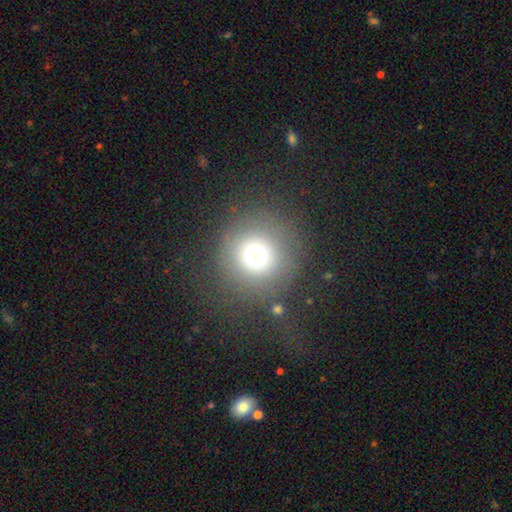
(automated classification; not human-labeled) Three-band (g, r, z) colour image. It shows a smooth galaxy with no disk features (70%) that is round (95%). Merging: none (83%).